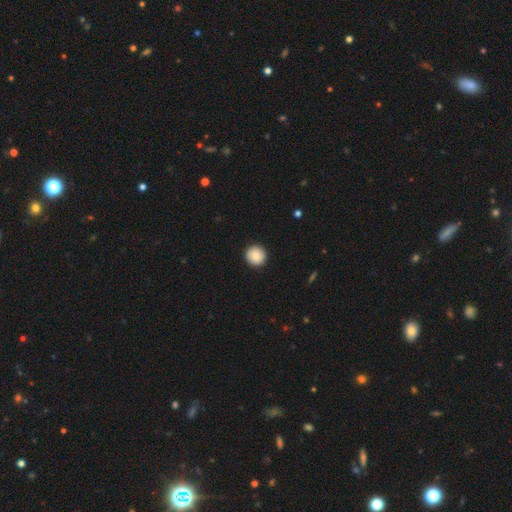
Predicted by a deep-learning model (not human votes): A smooth galaxy with no disk features (87%) that is round (96%). Merging: none (92%).